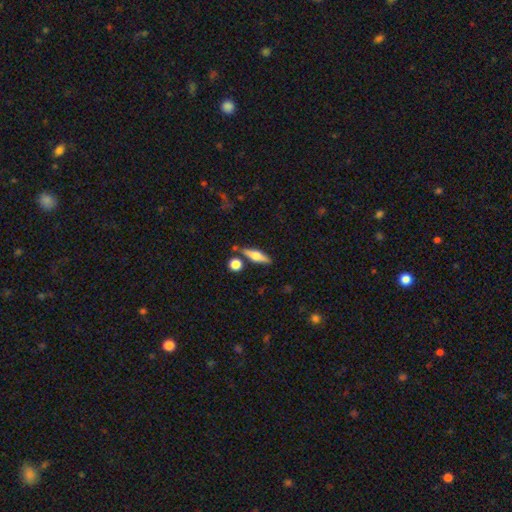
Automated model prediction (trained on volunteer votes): smooth-or-featured: featured or disk: 51% | smooth: 42% | star or artifact: 8%
  disk-edge-on: yes: 94% | no: 6%
  merging: none: 78% | minor disturbance: 11% | merger: 8% | major disturbance: 3%